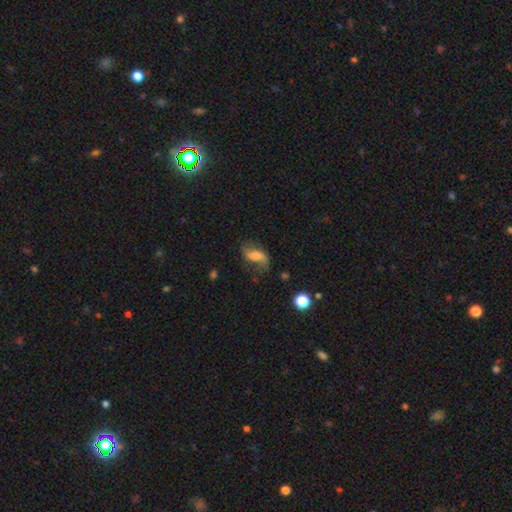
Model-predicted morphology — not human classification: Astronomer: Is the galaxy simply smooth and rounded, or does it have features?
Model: featured or disk — 68%.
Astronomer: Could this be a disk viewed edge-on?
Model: no — 94%.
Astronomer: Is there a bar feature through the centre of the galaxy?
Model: weak — 41% (runner-up: no, 37%).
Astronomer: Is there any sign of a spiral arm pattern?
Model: yes — 91%.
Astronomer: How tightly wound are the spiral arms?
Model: loose — 83%.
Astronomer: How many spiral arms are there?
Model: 2 — 87%.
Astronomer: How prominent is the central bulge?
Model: moderate — 37% (runner-up: small, 34%).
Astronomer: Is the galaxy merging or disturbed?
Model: none — 61%.